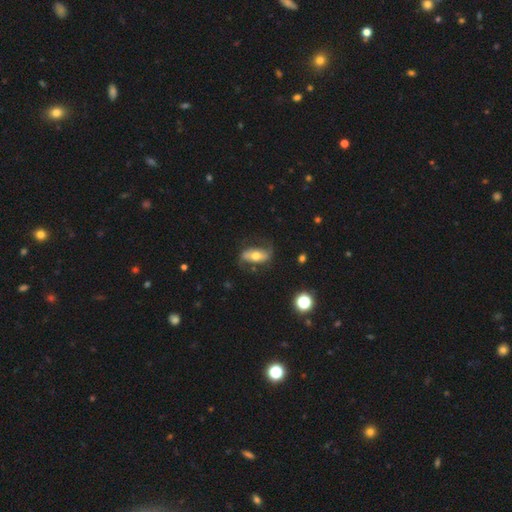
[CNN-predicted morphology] smooth-or-featured: featured or disk: 59% | smooth: 34% | star or artifact: 7%
  disk-edge-on: no: 86% | yes: 14%
    bar: no: 42% | strong: 35% | weak: 23%
    has-spiral-arms: yes: 74% | no: 26%
    bulge-size: moderate: 68% | small: 19% | large: 10% | dominant: 2% | none: 1%
  merging: none: 67% | minor disturbance: 19% | major disturbance: 12% | merger: 2%